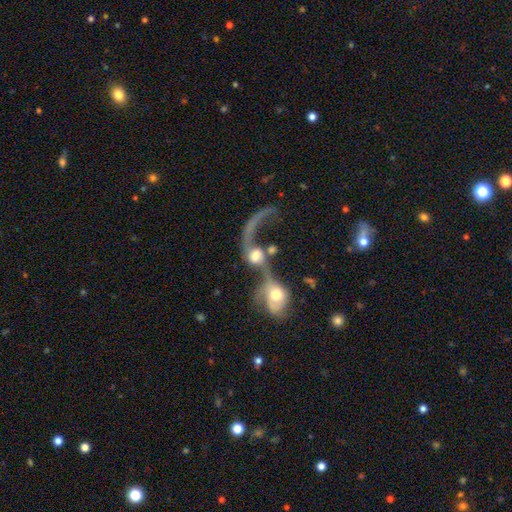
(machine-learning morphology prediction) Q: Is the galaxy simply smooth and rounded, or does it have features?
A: featured or disk — 61%.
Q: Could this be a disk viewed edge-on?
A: no — 94%.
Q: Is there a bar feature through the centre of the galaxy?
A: no — 63%.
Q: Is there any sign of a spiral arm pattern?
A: yes — 75%.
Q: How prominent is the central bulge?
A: moderate — 50%.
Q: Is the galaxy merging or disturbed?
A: merger — 76%.